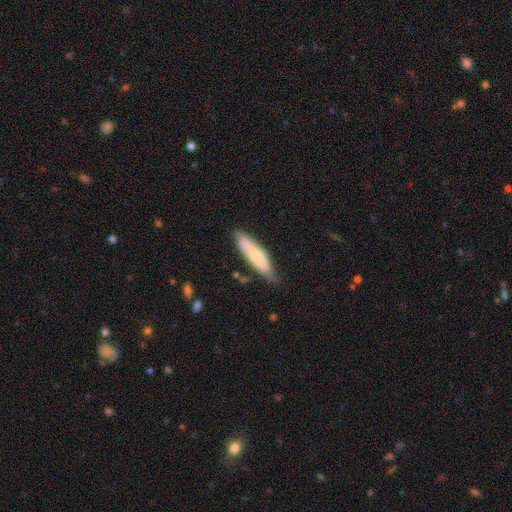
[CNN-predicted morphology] The model was most divided on "how rounded": cigar-shaped: 64%, in between: 35%, round: 2%. More confident: merging — none (71%); smooth or featured — smooth (63%).